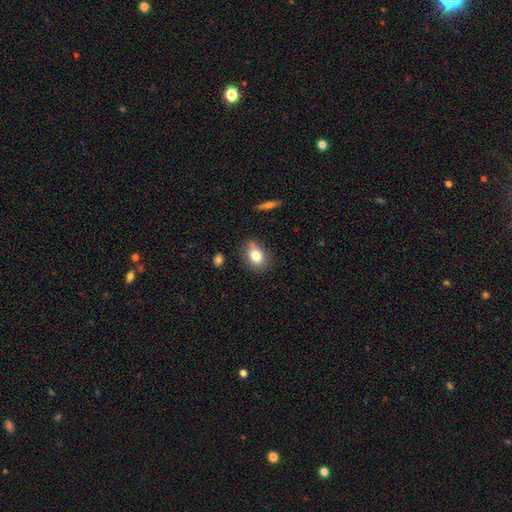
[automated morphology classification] type=smooth (79%); roundness=in between (63%); merging=none (75%).